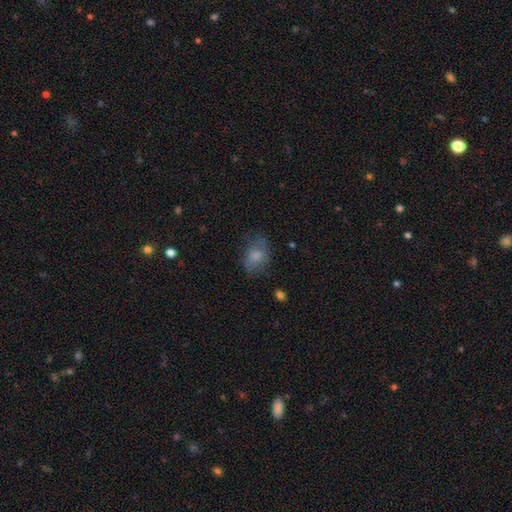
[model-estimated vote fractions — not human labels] A smooth galaxy with no disk features (71%) that is in between round and cigar-shaped (75%).

Vote fractions:
- Smooth or featured? smooth: 71% / featured or disk: 19% / star or artifact: 10%
- How rounded? in between: 75% / round: 23% / cigar-shaped: 1%
- Merging? none: 59% / minor disturbance: 25% / major disturbance: 15% / merger: 2%